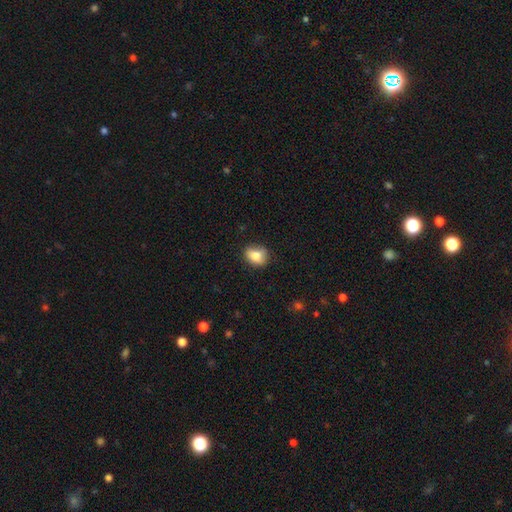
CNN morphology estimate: Overall: smooth (79%). How rounded: in between (50%; round 48%). Merging: none (73%).